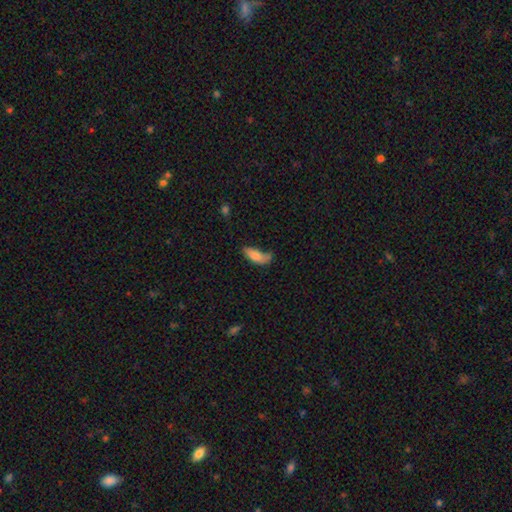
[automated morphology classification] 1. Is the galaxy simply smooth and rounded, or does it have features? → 78% smooth, 14% featured or disk, 7% star or artifact.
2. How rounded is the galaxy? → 71% in between, 27% cigar-shaped, 3% round.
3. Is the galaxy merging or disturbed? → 40% none, 33% minor disturbance, 19% major disturbance, 8% merger.